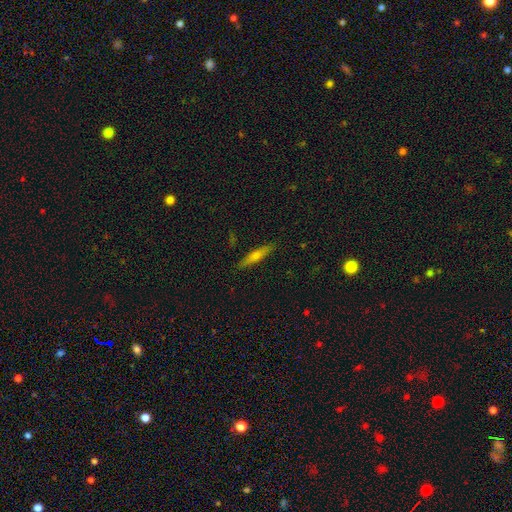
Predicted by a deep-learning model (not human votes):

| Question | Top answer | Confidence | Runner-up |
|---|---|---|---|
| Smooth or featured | smooth | 53% | featured or disk (40%) |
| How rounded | cigar-shaped | 86% | in between (12%) |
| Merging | none | 89% | minor disturbance (8%) |